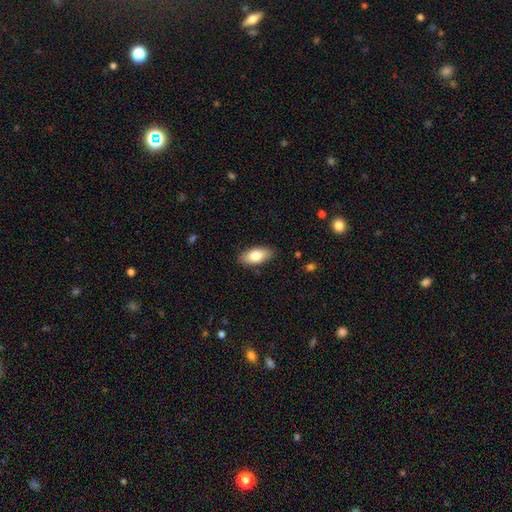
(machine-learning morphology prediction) This is likely a smooth galaxy (78%). How rounded: clearly in between (88%). Merging: clearly none (88%).